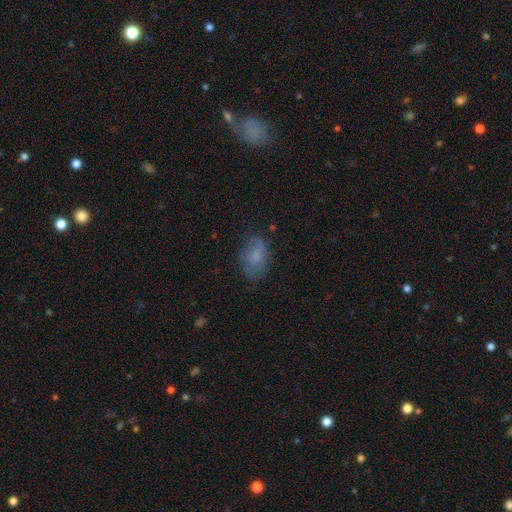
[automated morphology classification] Smooth or featured?
  - smooth: 64% *
  - featured or disk: 27%
  - star or artifact: 9%
How rounded?
  - in between: 87% *
  - round: 12%
  - cigar-shaped: 2%
Merging?
  - none: 63% *
  - minor disturbance: 25%
  - major disturbance: 10%
  - merger: 2%